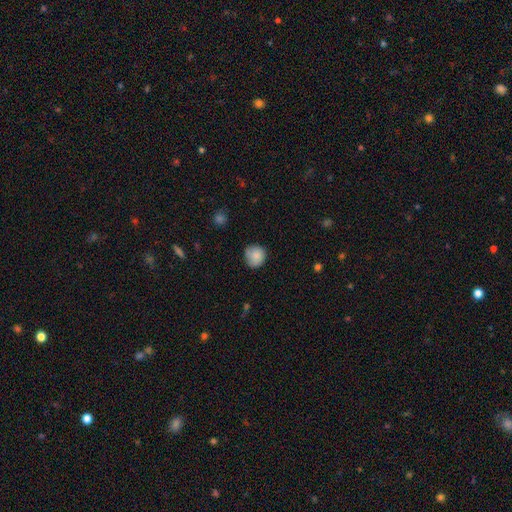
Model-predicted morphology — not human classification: Smooth or featured: smooth — 83% (featured or disk — 9%)
How rounded: round — 87% (in between — 12%)
Merging: none — 71% (minor disturbance — 23%)